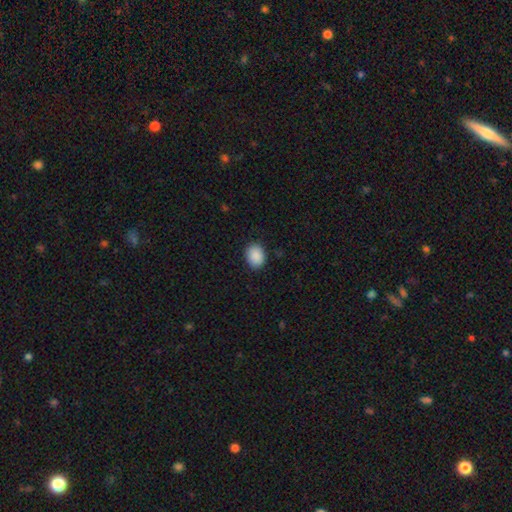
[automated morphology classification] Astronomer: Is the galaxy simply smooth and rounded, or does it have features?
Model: smooth — 90%.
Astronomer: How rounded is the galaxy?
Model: in between — 55% (runner-up: round, 44%).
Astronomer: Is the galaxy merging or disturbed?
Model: none — 88%.